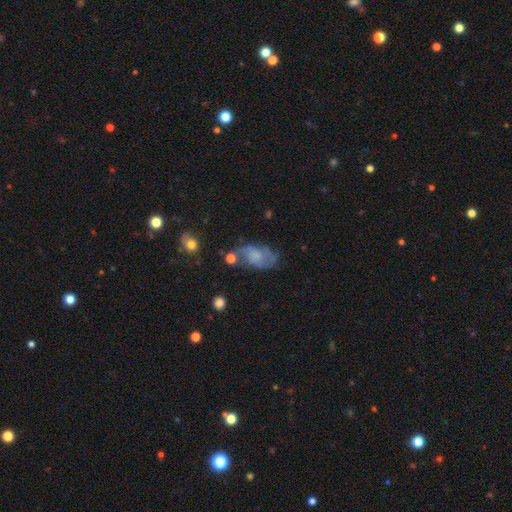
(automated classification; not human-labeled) smooth-or-featured: featured or disk: 62% | smooth: 29% | star or artifact: 10%
  disk-edge-on: no: 95% | yes: 5%
    bar: no: 69% | weak: 27% | strong: 4%
    has-spiral-arms: yes: 82% | no: 18%
    bulge-size: none: 37% | small: 27% | moderate: 23% | large: 10% | dominant: 2%
  merging: none: 54% | minor disturbance: 24% | major disturbance: 14% | merger: 8%